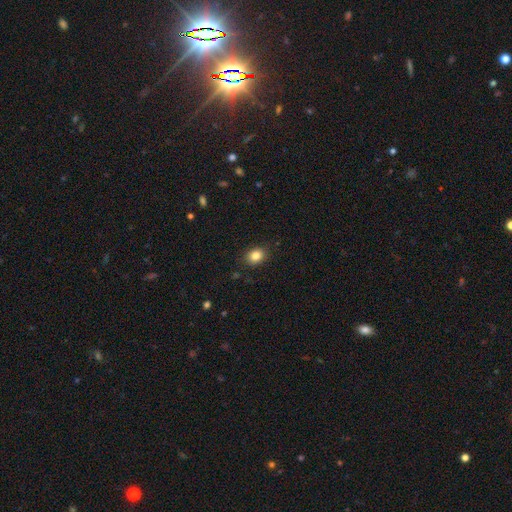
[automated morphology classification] This appears to be a smooth galaxy with no disk features (84%) that is in between round and cigar-shaped (57%). Merging: none (87%).